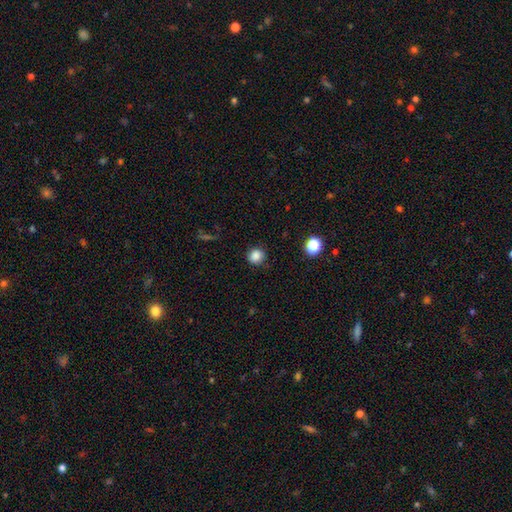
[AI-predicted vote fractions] smooth-or-featured: smooth: 84% | star or artifact: 12% | featured or disk: 4%
  how-rounded: round: 87% | in between: 12% | cigar-shaped: 1%
  merging: none: 83% | minor disturbance: 13% | major disturbance: 3% | merger: 1%